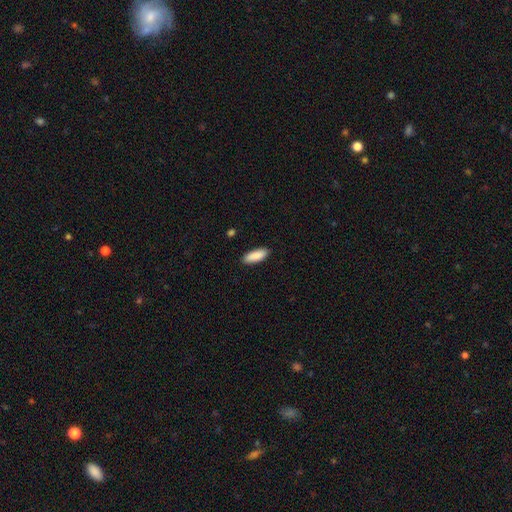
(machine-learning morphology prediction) Smooth or featured: smooth — 90% (star or artifact — 6%)
How rounded: in between — 69% (cigar-shaped — 30%)
Merging: none — 89% (minor disturbance — 8%)